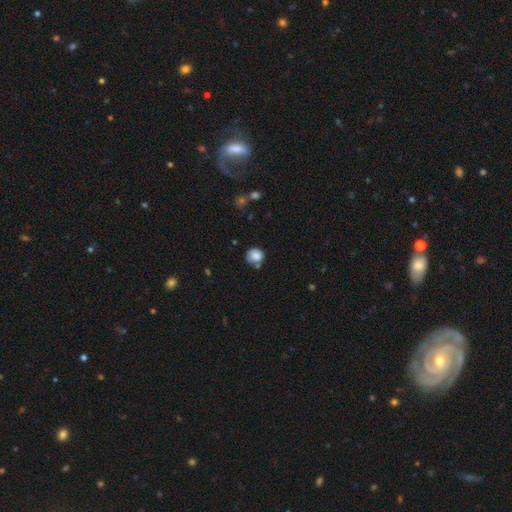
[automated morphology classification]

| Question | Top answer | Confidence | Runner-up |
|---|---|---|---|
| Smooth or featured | smooth | 83% | star or artifact (9%) |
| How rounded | round | 85% | in between (14%) |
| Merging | none | 58% | minor disturbance (25%) |